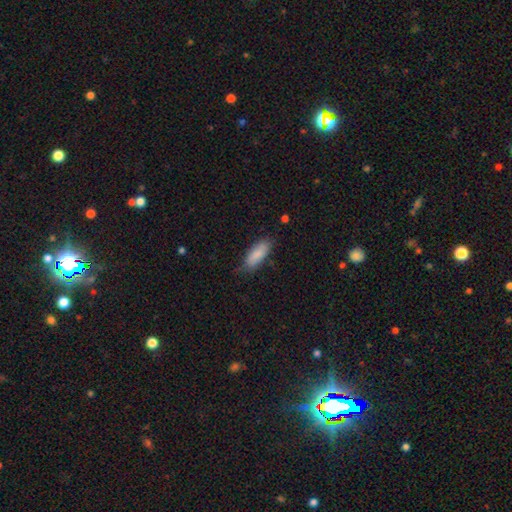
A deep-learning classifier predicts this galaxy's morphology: Overall: smooth (84%). How rounded: in between (72%). Merging: none (73%).